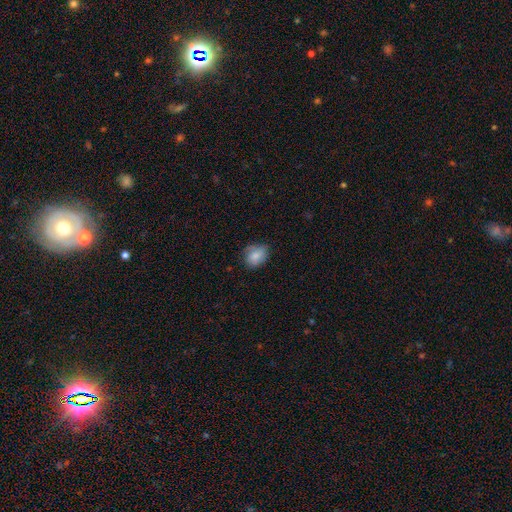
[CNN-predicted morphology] Overall: smooth (78%). How rounded: in between (56%; round 43%). Merging: none (62%; minor disturbance 29%).